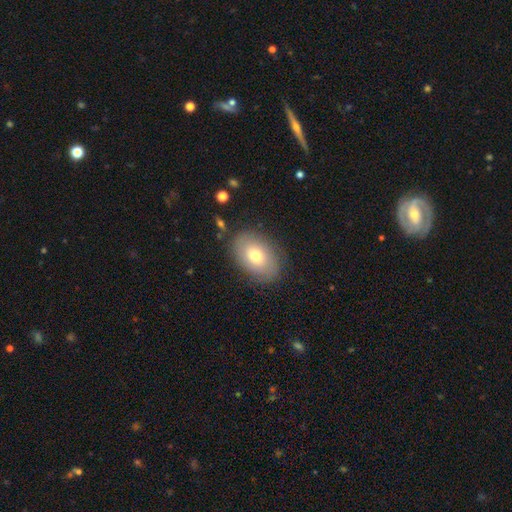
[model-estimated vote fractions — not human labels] Smooth or featured? Predicted: smooth (p=0.66). How rounded? Predicted: in between (p=0.83). Merging? Predicted: none (p=0.83).